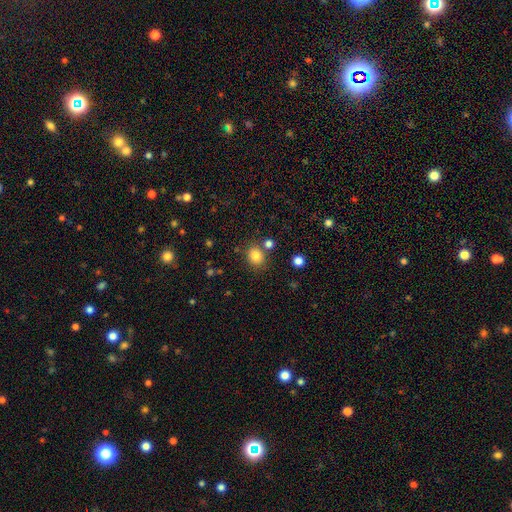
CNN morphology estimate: Q: Smooth or featured?
A: smooth (83%); runner-up: star or artifact (12%)
Q: How rounded?
A: round (73%); runner-up: in between (26%)
Q: Merging?
A: none (76%); runner-up: minor disturbance (10%)